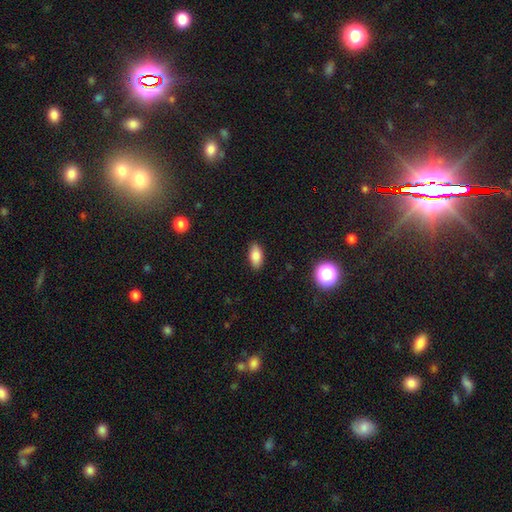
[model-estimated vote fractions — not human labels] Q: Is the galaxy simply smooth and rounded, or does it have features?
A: smooth — 84%.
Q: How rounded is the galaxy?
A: in between — 89%.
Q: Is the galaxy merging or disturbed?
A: none — 88%.